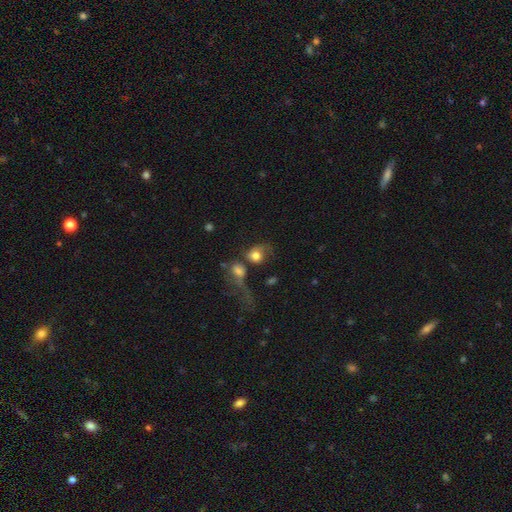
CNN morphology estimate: smooth_or_featured: smooth (p=0.73) [alt: featured or disk p=0.17]
how_rounded: round (p=0.57) [alt: in between p=0.41]
merging: merger (p=0.34) [alt: major disturbance p=0.28]